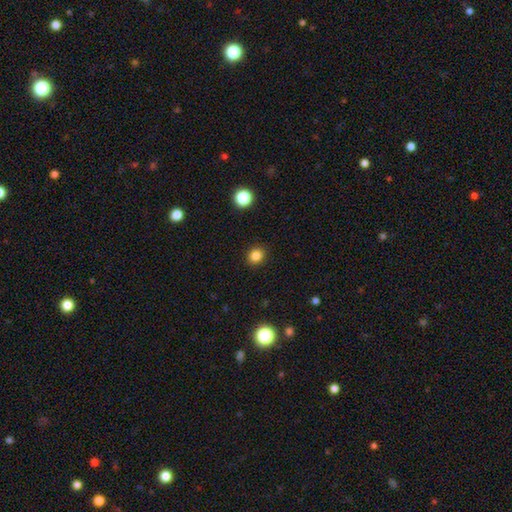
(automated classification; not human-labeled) This appears to be a smooth galaxy with no disk features (83%) that is round (80%). Merging: none (91%).